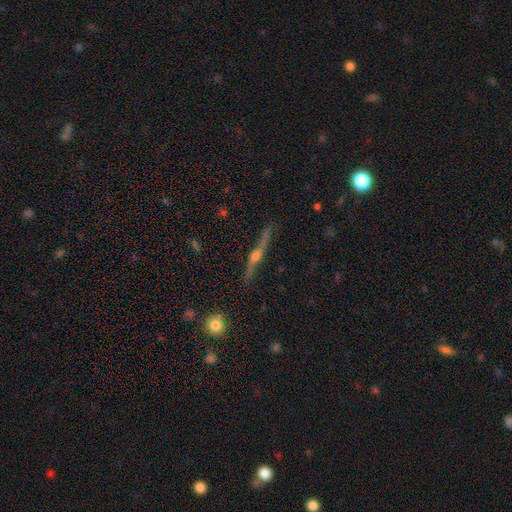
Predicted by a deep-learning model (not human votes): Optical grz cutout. It shows a featured or disk galaxy (83%) viewed edge-on (97%) with a rounded central bulge (94%). Merging: none (88%).